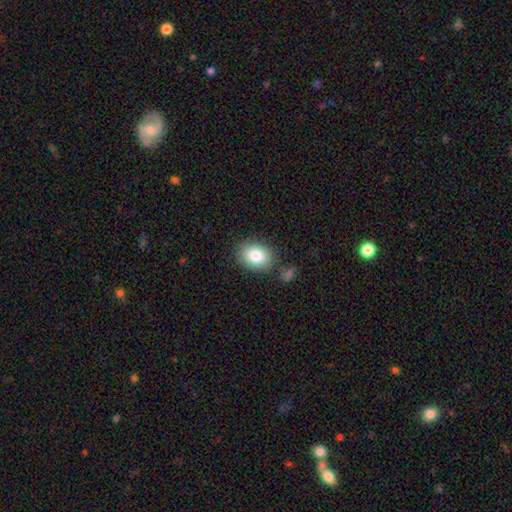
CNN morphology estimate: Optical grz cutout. It shows a smooth galaxy with no disk features (84%) that is in between round and cigar-shaped (67%). Merging: none (80%).